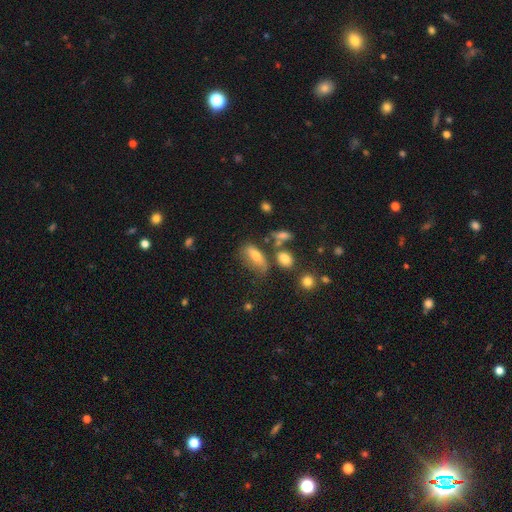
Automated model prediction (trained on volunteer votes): Smooth or featured?
  - smooth: 66% *
  - featured or disk: 24%
  - star or artifact: 10%
How rounded?
  - in between: 79% *
  - cigar-shaped: 16%
  - round: 5%
Merging?
  - none: 47% *
  - minor disturbance: 25%
  - major disturbance: 14%
  - merger: 14%